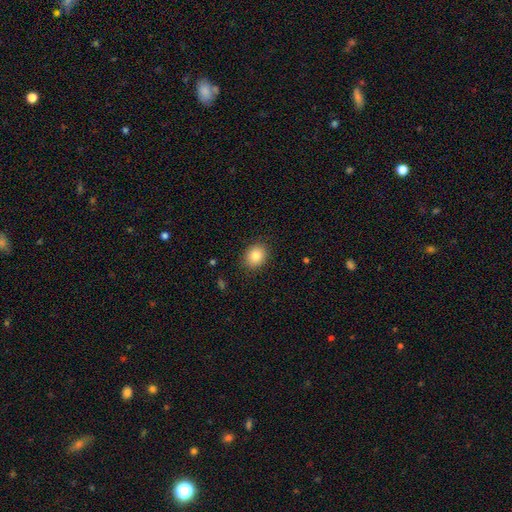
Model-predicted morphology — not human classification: This is clearly a smooth galaxy (85%). How rounded: possibly round (56%). Merging: clearly none (88%).